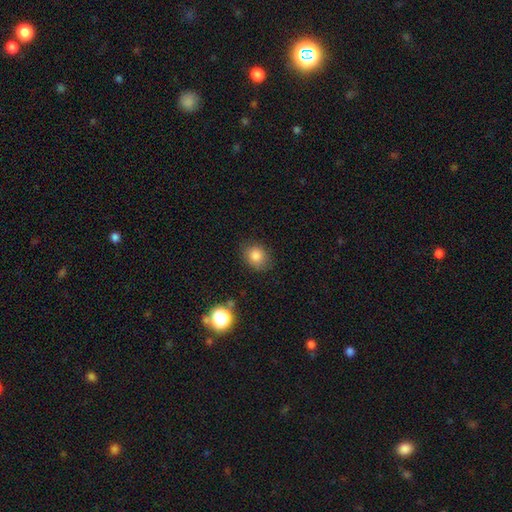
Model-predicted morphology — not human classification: Smooth or featured? smooth (83%)
How rounded? round (60%)
Merging? none (80%)